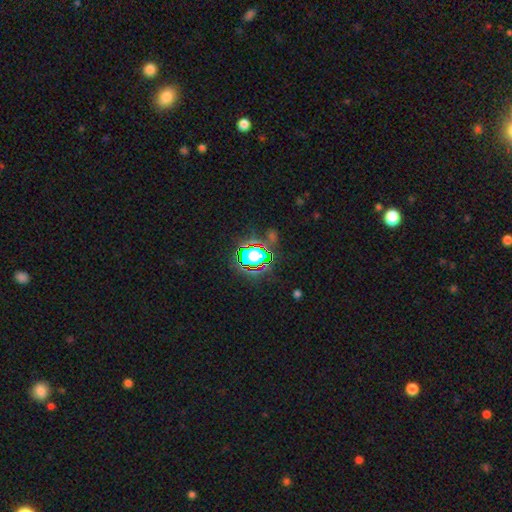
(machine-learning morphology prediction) Q: Smooth or featured?
A: star or artifact (76%); runner-up: smooth (15%)